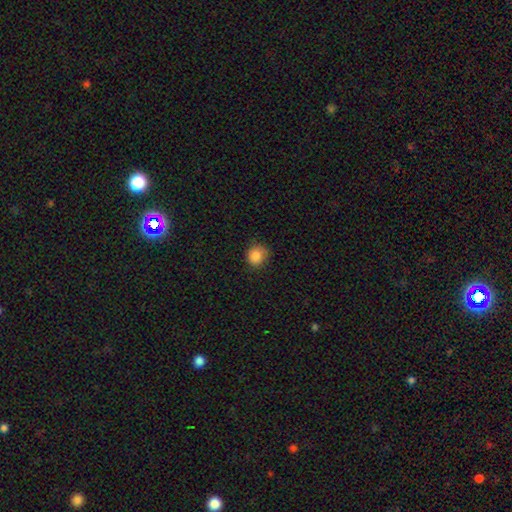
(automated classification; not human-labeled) This is clearly a smooth galaxy (86%). How rounded: clearly round (82%). Merging: likely none (77%).